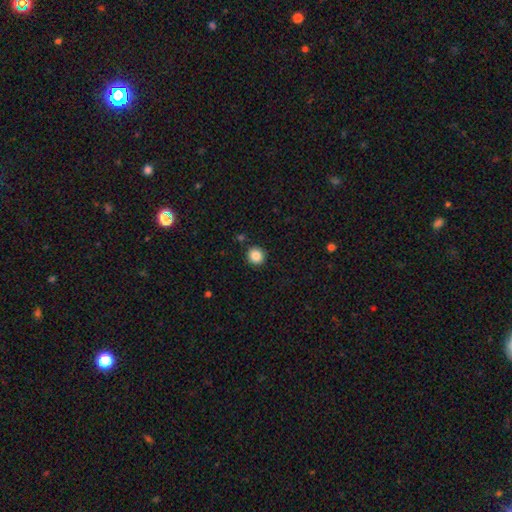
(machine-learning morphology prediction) Smooth or featured?
  - smooth: 87% *
  - star or artifact: 9%
  - featured or disk: 4%
How rounded?
  - round: 90% *
  - in between: 9%
  - cigar-shaped: 1%
Merging?
  - none: 90% *
  - minor disturbance: 6%
  - merger: 2%
  - major disturbance: 2%